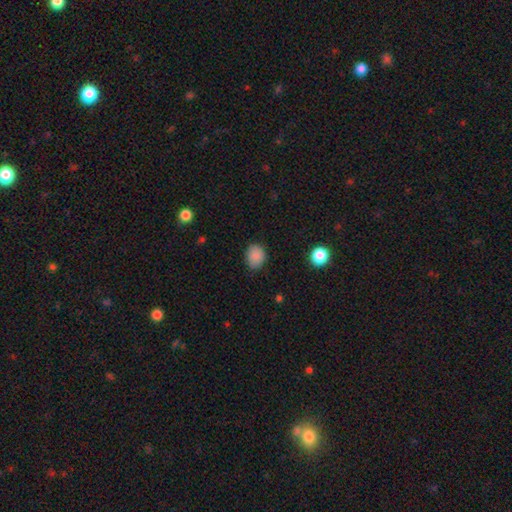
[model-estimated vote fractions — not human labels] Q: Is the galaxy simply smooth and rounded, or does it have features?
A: smooth — 87%.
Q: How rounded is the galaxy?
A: round — 52%.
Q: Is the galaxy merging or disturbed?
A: none — 77%.